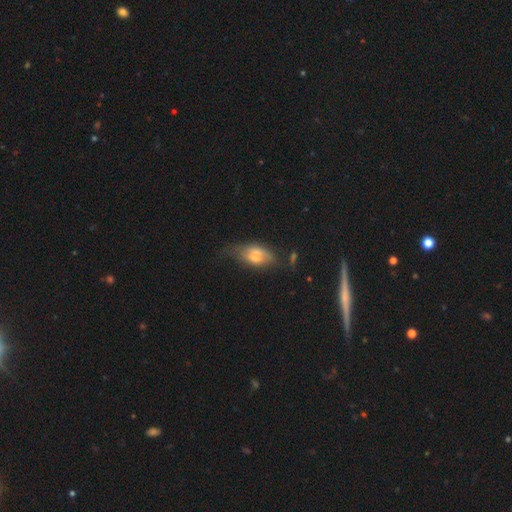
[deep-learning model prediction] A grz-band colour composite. It shows a smooth galaxy with no disk features (58%) that is in between round and cigar-shaped (85%). Merging: none (42%).